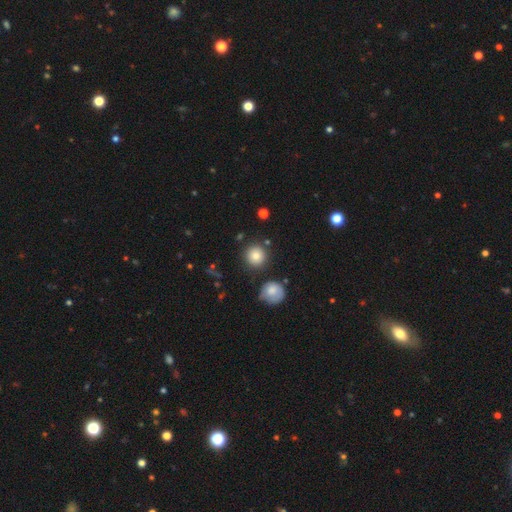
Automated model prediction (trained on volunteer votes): Smooth or featured? Predicted: smooth (p=0.82). How rounded? Predicted: round (p=0.94). Merging? Predicted: none (p=0.84).